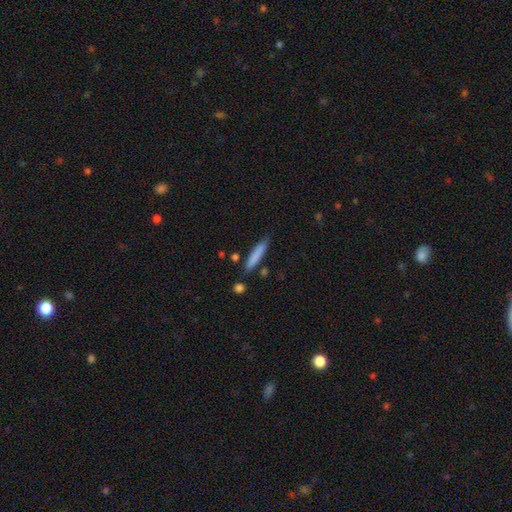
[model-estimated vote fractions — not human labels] The model was most divided on "smooth or featured": smooth: 80%, featured or disk: 14%, star or artifact: 6%. More confident: how rounded — cigar-shaped (90%); merging — none (80%).